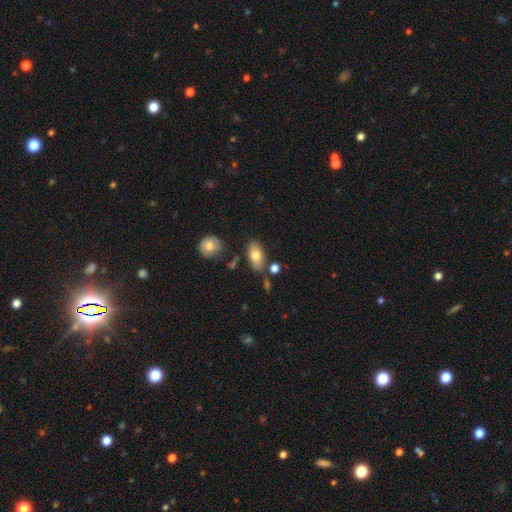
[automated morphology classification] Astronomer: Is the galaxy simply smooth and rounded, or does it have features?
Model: smooth — 76%.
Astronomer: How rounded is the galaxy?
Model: in between — 90%.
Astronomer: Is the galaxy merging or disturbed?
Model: none — 74%.